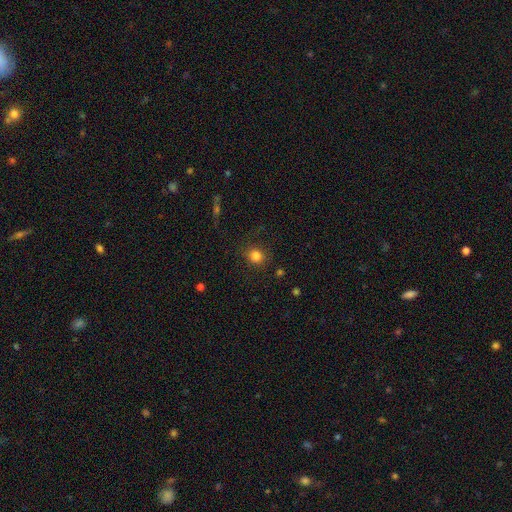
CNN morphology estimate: smooth-or-featured: smooth: 82% | star or artifact: 13% | featured or disk: 5%
  how-rounded: round: 85% | in between: 14% | cigar-shaped: 1%
  merging: none: 85% | minor disturbance: 10% | major disturbance: 4% | merger: 1%